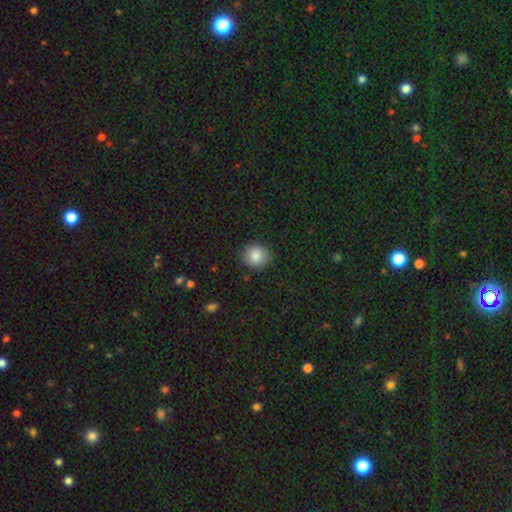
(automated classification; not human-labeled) Smooth or featured? Predicted: smooth (p=0.84). How rounded? Predicted: round (p=0.83). Merging? Predicted: none (p=0.89).